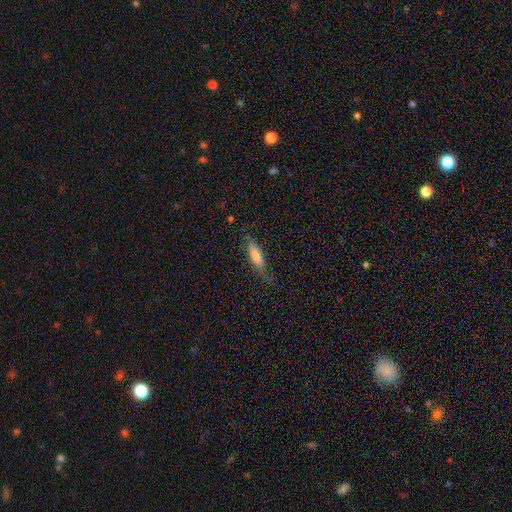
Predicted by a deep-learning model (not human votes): Morphology: type=smooth (62%); roundness=cigar-shaped (55%); merging=none (68%).